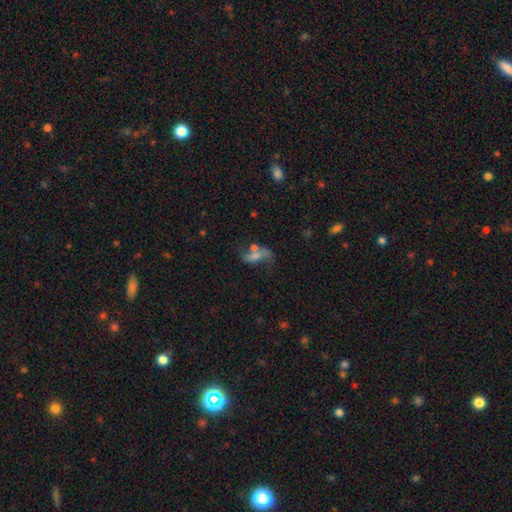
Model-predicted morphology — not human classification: Smooth or featured? Predicted: featured or disk (p=0.57). Edge-on disk? Predicted: no (p=0.92). Bar? Predicted: no (p=0.45). Spiral arms? Predicted: yes (p=0.75). Bulge size? Predicted: small (p=0.36). Merging? Predicted: none (p=0.37).